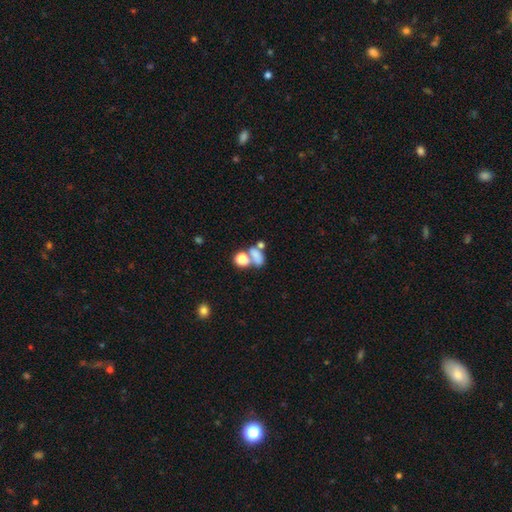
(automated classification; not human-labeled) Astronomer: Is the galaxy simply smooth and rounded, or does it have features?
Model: smooth — 71%.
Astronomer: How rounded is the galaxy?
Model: in between — 64%.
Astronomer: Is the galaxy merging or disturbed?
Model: merger — 48% (runner-up: none, 31%).